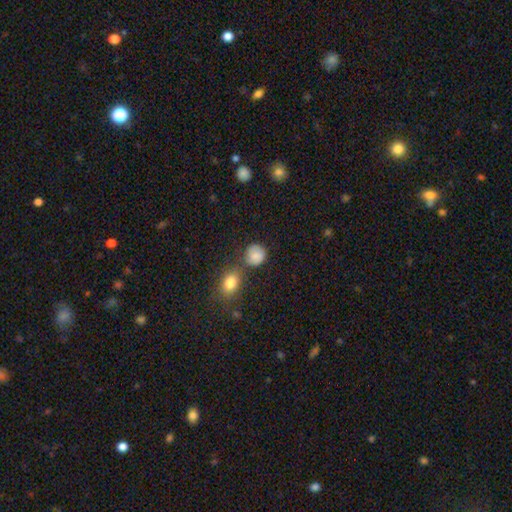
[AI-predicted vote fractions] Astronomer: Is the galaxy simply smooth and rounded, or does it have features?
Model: smooth — 84%.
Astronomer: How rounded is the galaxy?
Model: round — 82%.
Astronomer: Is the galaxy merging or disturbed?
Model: none — 66%.